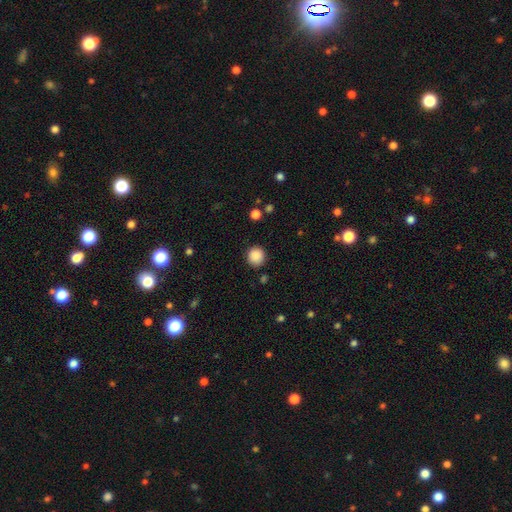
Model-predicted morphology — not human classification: The model was most divided on "smooth or featured": smooth: 88%, star or artifact: 9%, featured or disk: 3%. More confident: how rounded — round (93%); merging — none (89%).